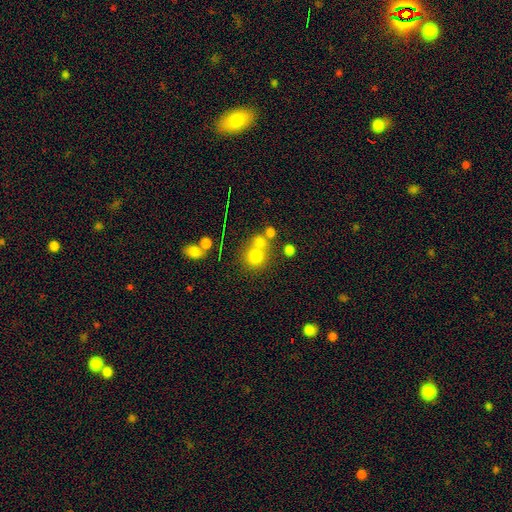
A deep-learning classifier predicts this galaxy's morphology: smooth-or-featured: smooth: 72% | star or artifact: 16% | featured or disk: 11%
  how-rounded: round: 87% | in between: 12% | cigar-shaped: 1%
  merging: none: 53% | merger: 34% | minor disturbance: 8% | major disturbance: 4%